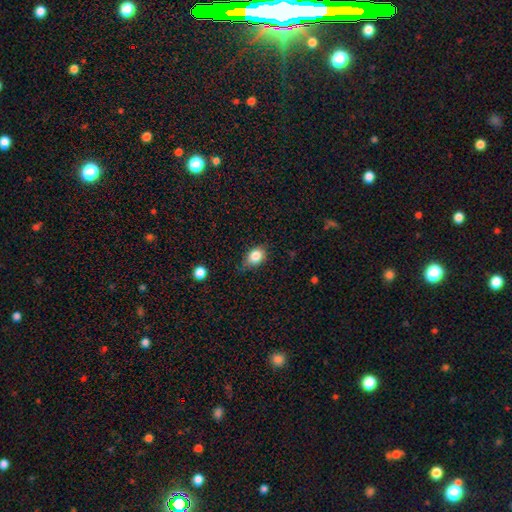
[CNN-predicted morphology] smooth-or-featured: smooth: 83% | star or artifact: 9% | featured or disk: 8%
  how-rounded: in between: 64% | round: 34% | cigar-shaped: 2%
  merging: none: 65% | minor disturbance: 28% | major disturbance: 5% | merger: 2%